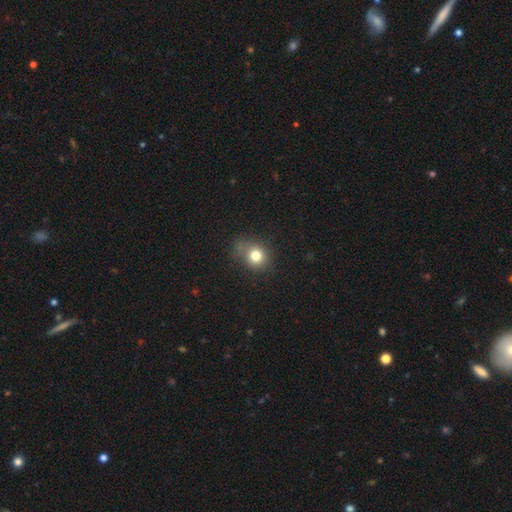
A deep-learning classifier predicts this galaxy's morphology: smooth-or-featured: smooth: 78% | star or artifact: 13% | featured or disk: 9%
  how-rounded: round: 75% | in between: 24% | cigar-shaped: 1%
  merging: none: 58% | minor disturbance: 27% | major disturbance: 12% | merger: 3%